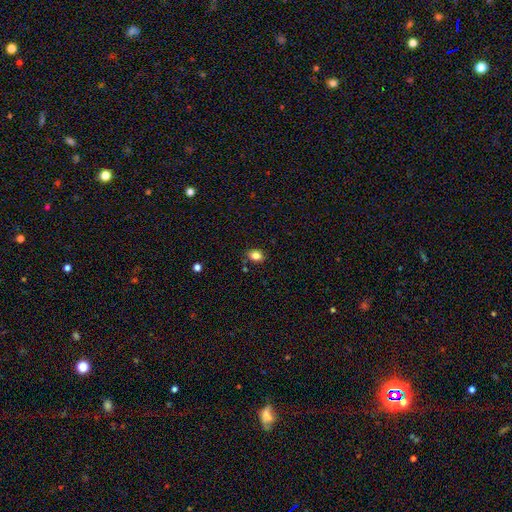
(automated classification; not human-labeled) smooth_or_featured: smooth (p=0.83) [alt: star or artifact p=0.10]
how_rounded: in between (p=0.70) [alt: round p=0.29]
merging: none (p=0.83) [alt: minor disturbance p=0.12]